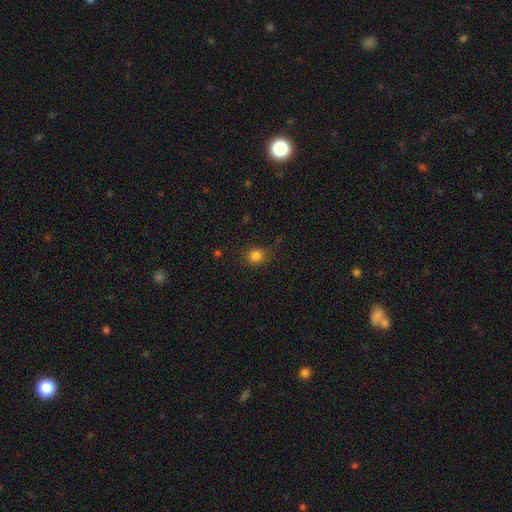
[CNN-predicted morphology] type=smooth (83%); roundness=round (82%); merging=none (83%).